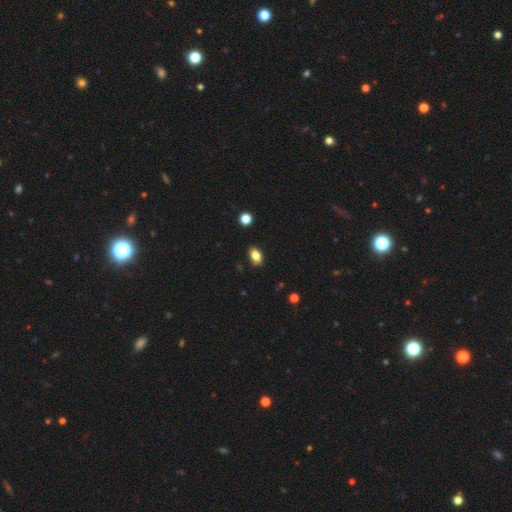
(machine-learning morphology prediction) Overall: smooth (83%). How rounded: in between (87%). Merging: none (87%).